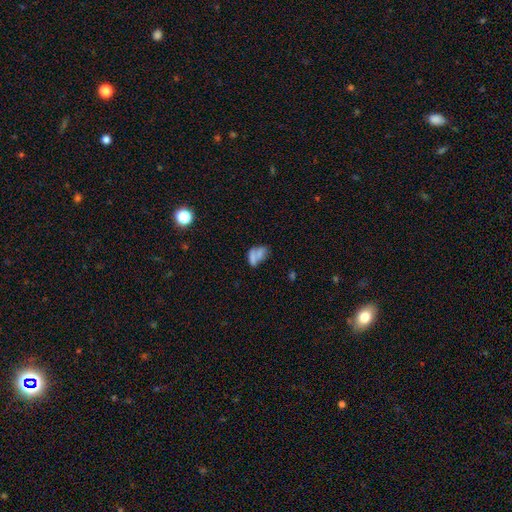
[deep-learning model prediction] smooth-or-featured: smooth: 59% | featured or disk: 26% | star or artifact: 14%
  how-rounded: in between: 81% | round: 15% | cigar-shaped: 4%
  merging: none: 33% | merger: 29% | minor disturbance: 21% | major disturbance: 18%